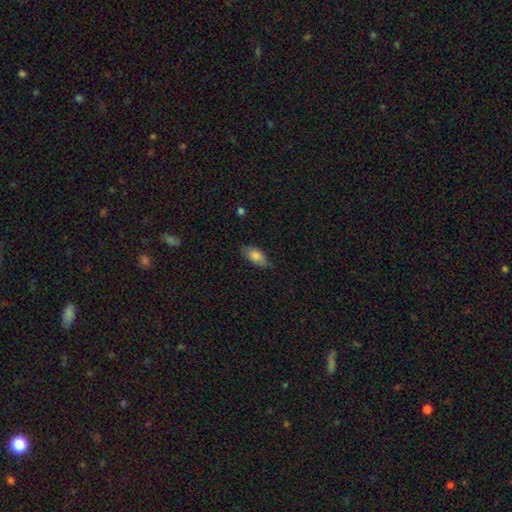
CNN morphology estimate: Smooth or featured? Predicted: smooth (p=0.80). How rounded? Predicted: in between (p=0.86). Merging? Predicted: none (p=0.75).